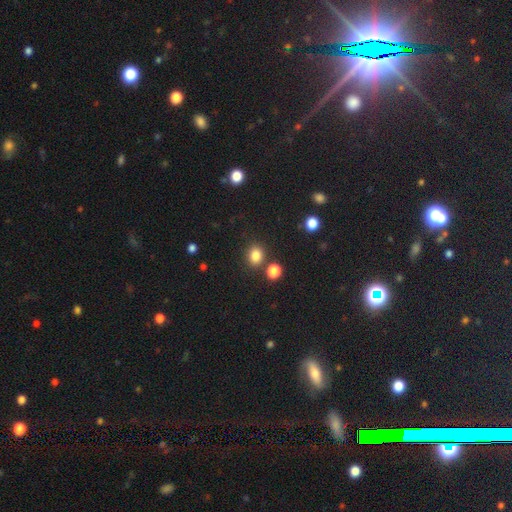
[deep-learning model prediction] Smooth or featured? smooth (82%)
How rounded? round (61%)
Merging? none (79%)